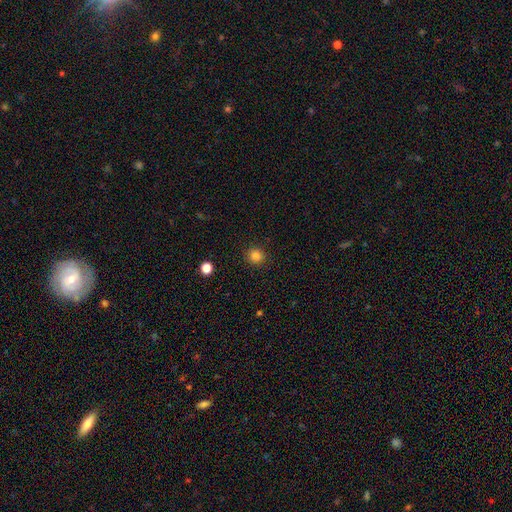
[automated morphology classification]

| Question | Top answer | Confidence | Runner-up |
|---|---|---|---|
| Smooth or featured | smooth | 84% | star or artifact (12%) |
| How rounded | round | 90% | in between (9%) |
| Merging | none | 90% | minor disturbance (6%) |